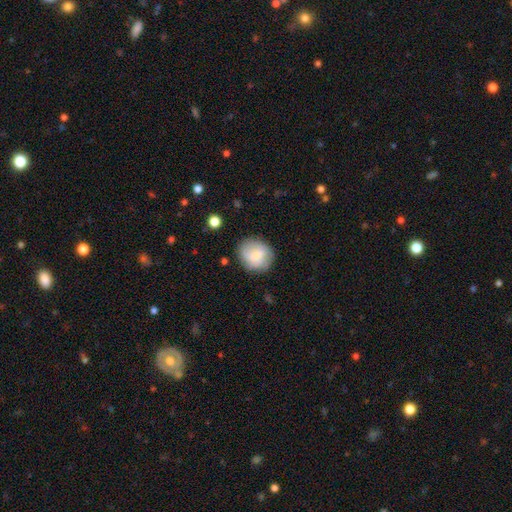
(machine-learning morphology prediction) Smooth or featured? smooth (63%)
How rounded? round (81%)
Merging? none (77%)